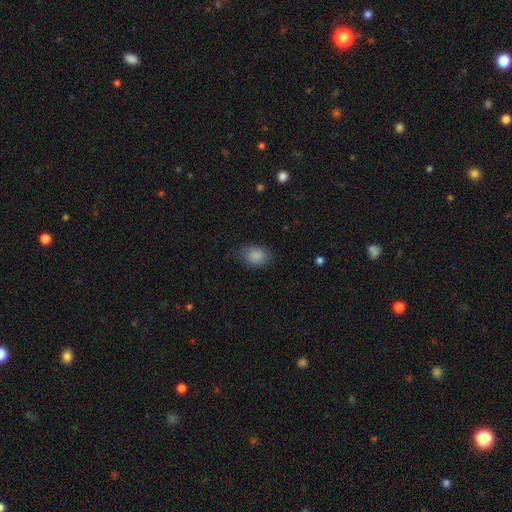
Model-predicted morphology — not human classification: A smooth galaxy with no disk features (86%) that is in between round and cigar-shaped (70%). Merging: none (66%).